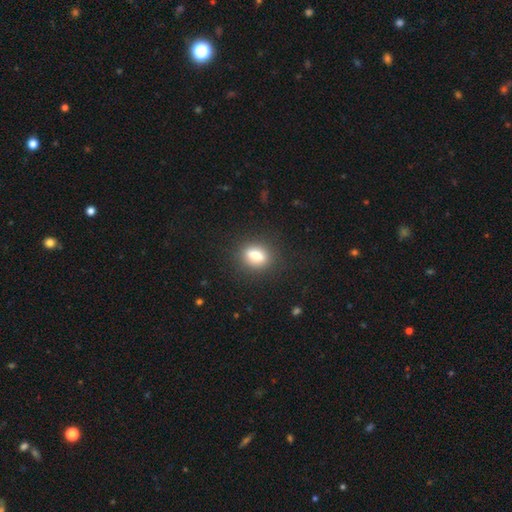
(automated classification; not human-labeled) Smooth or featured? Predicted: smooth (p=0.77). How rounded? Predicted: in between (p=0.65). Merging? Predicted: none (p=0.86).